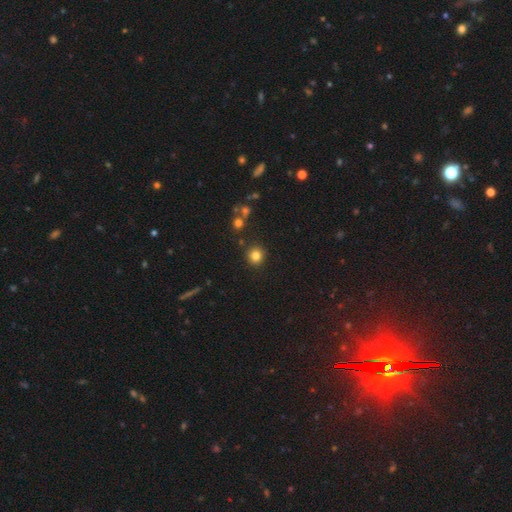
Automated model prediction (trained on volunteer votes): Overall: smooth (81%). How rounded: round (91%). Merging: none (87%).